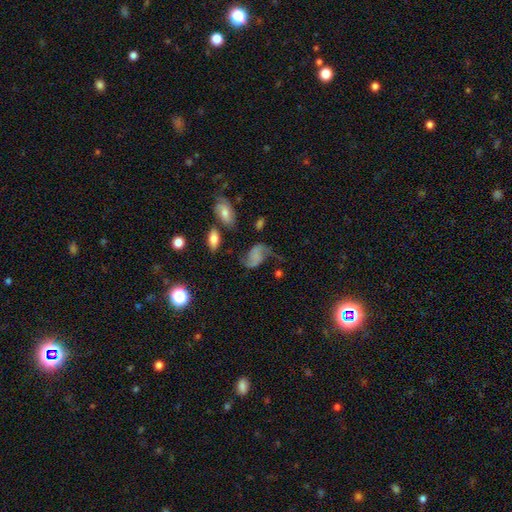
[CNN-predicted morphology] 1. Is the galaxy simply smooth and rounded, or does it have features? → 55% featured or disk, 33% smooth, 12% star or artifact.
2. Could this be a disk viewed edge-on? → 97% no, 3% yes.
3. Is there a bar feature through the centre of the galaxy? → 68% no, 24% weak, 8% strong.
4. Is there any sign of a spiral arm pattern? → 86% yes, 14% no.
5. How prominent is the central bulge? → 71% none, 13% small, 7% moderate, 5% large, 4% dominant.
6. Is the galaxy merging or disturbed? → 45% none, 24% major disturbance, 24% minor disturbance, 6% merger.